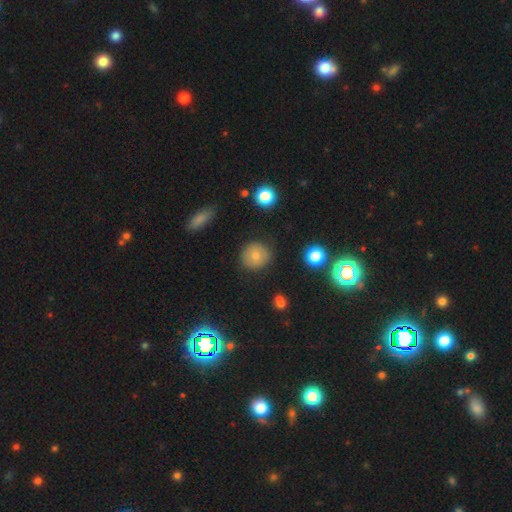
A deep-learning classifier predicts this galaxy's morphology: Smooth or featured?
  - smooth: 78% *
  - star or artifact: 11%
  - featured or disk: 11%
How rounded?
  - round: 89% *
  - in between: 10%
  - cigar-shaped: 1%
Merging?
  - none: 85% *
  - minor disturbance: 10%
  - major disturbance: 3%
  - merger: 2%